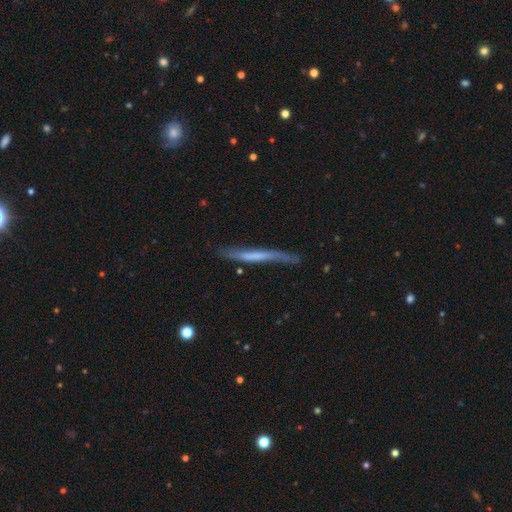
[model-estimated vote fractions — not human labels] smooth-or-featured: featured or disk: 52% | smooth: 42% | star or artifact: 6%
  disk-edge-on: yes: 86% | no: 14%
  merging: none: 67% | minor disturbance: 24% | major disturbance: 6% | merger: 3%